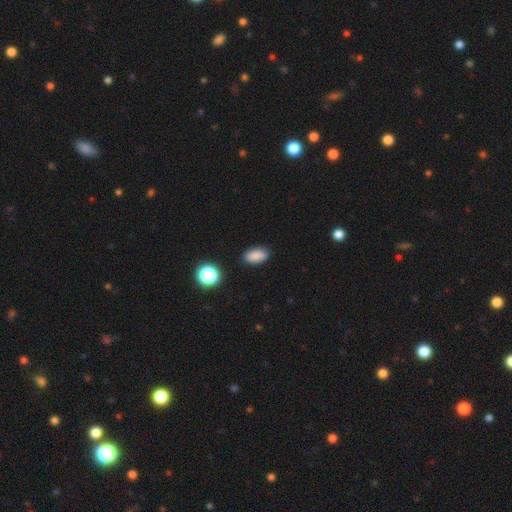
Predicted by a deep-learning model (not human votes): Smooth or featured? smooth (84%)
How rounded? in between (91%)
Merging? none (86%)